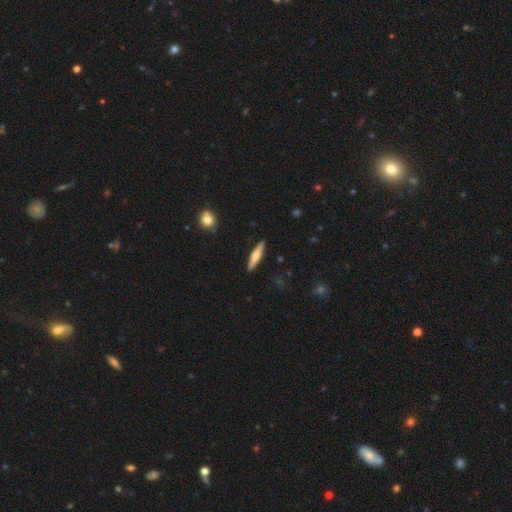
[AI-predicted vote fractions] Smooth or featured?
  - smooth: 59% *
  - featured or disk: 36%
  - star or artifact: 5%
How rounded?
  - cigar-shaped: 82% *
  - in between: 16%
  - round: 2%
Merging?
  - none: 90% *
  - minor disturbance: 7%
  - major disturbance: 2%
  - merger: 1%